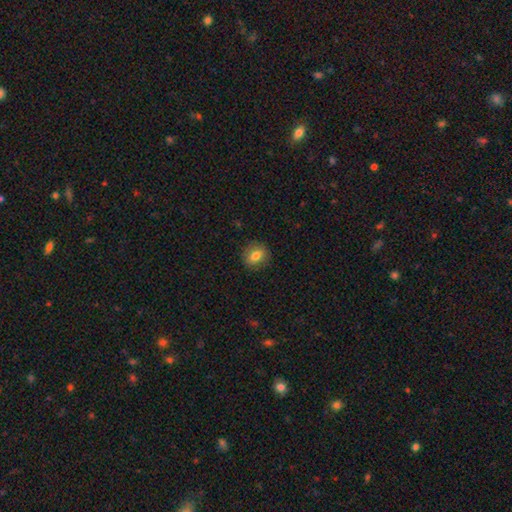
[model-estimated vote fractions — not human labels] Smooth or featured?
  - smooth: 78% *
  - featured or disk: 13%
  - star or artifact: 9%
How rounded?
  - round: 65% *
  - in between: 34%
  - cigar-shaped: 1%
Merging?
  - none: 88% *
  - minor disturbance: 9%
  - major disturbance: 2%
  - merger: 1%